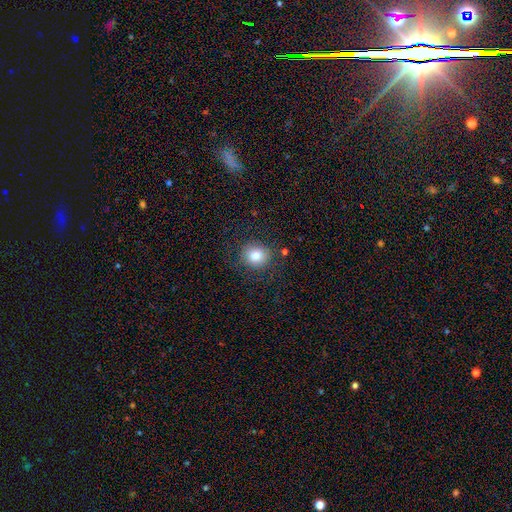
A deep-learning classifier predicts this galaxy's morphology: This appears to be a smooth galaxy with no disk features (83%) that is round (83%). Merging: none (83%).